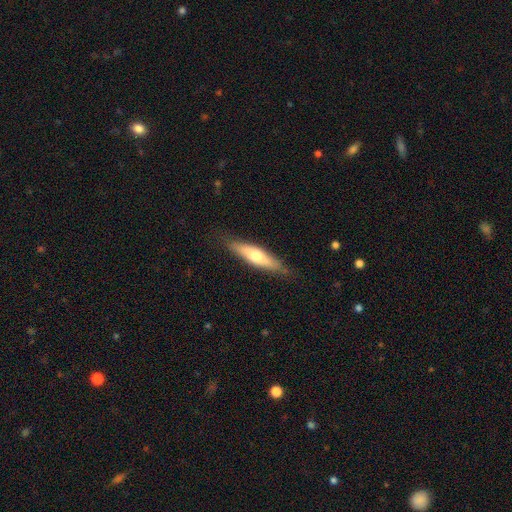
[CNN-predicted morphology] type=smooth (55%); roundness=cigar-shaped (68%); merging=none (81%).